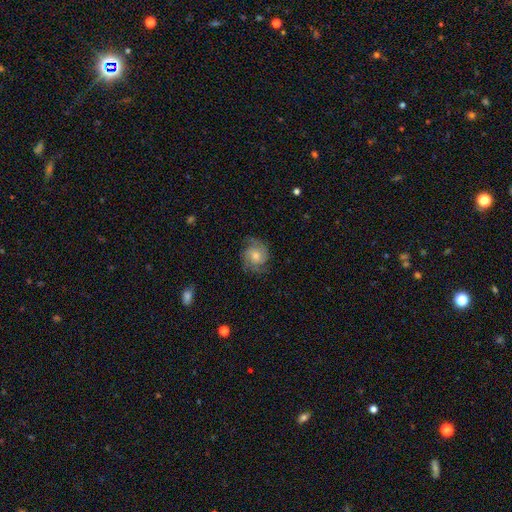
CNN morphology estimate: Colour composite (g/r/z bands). It shows a featured or disk galaxy (77%) with no bar (73%), 3 (36%) tight (53%) spiral arms (96%) and a moderate central bulge (59%). Merging: none (79%).